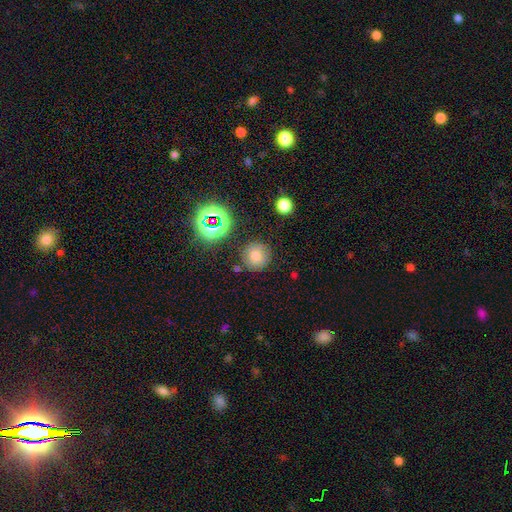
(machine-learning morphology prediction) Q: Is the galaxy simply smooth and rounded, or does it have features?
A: smooth — 61%.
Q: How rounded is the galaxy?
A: round — 92%.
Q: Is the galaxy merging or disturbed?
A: none — 85%.